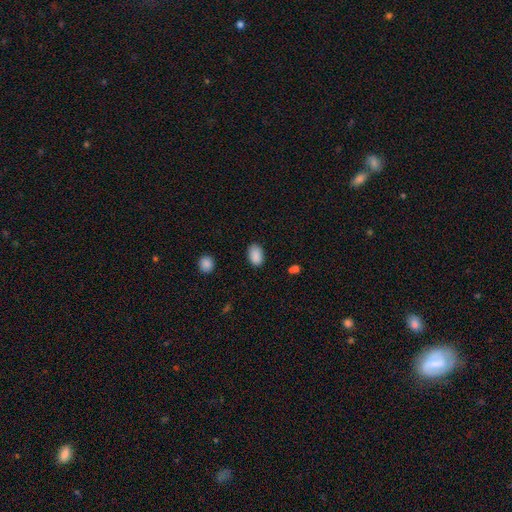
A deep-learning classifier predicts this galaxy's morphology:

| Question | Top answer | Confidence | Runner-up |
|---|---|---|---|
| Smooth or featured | smooth | 89% | star or artifact (8%) |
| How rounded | in between | 88% | round (10%) |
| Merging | none | 84% | minor disturbance (12%) |